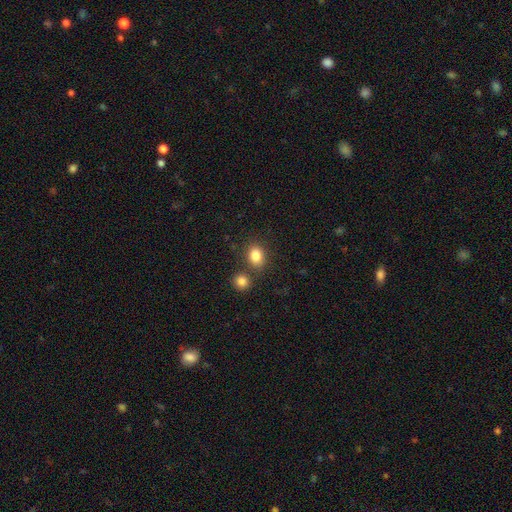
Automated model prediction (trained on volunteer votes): smooth_or_featured: smooth (p=0.85) [alt: star or artifact p=0.10]
how_rounded: in between (p=0.56) [alt: round p=0.43]
merging: none (p=0.69) [alt: merger p=0.17]